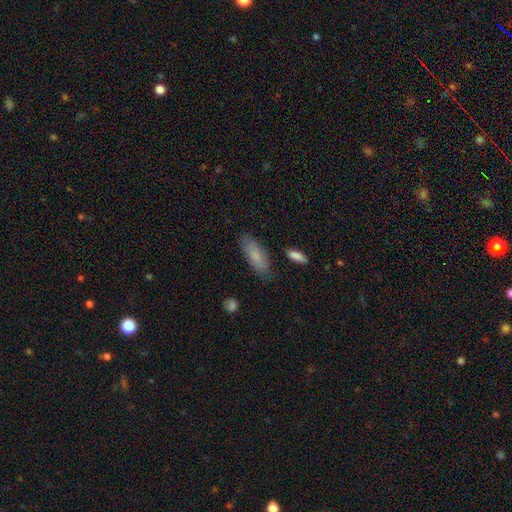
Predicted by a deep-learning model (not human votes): This is likely a smooth galaxy (80%). How rounded: likely in between (73%). Merging: likely none (79%).